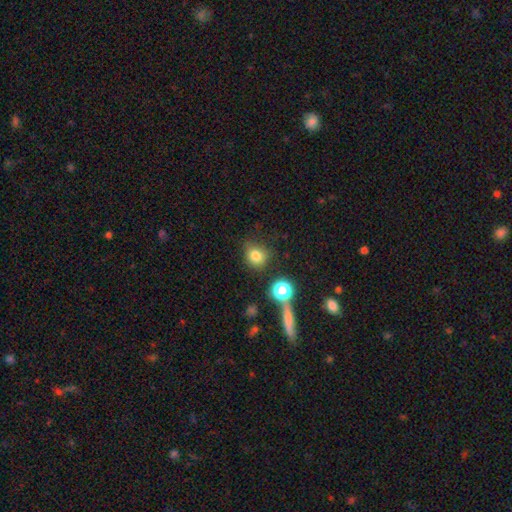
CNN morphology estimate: Smooth or featured? smooth (78%)
How rounded? round (76%)
Merging? none (75%)